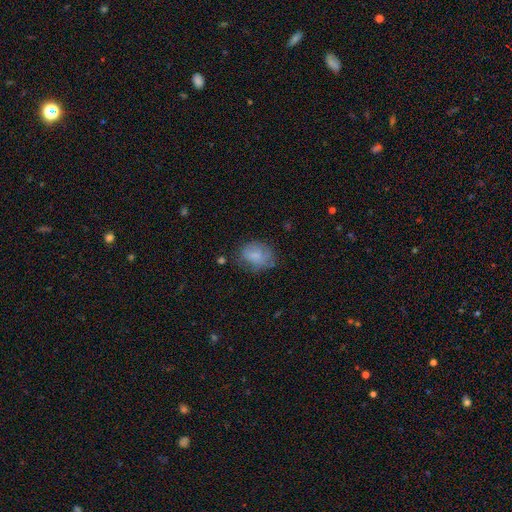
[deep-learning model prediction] Smooth or featured: smooth — 68% (featured or disk — 23%)
How rounded: in between — 64% (round — 34%)
Merging: none — 59% (minor disturbance — 27%)